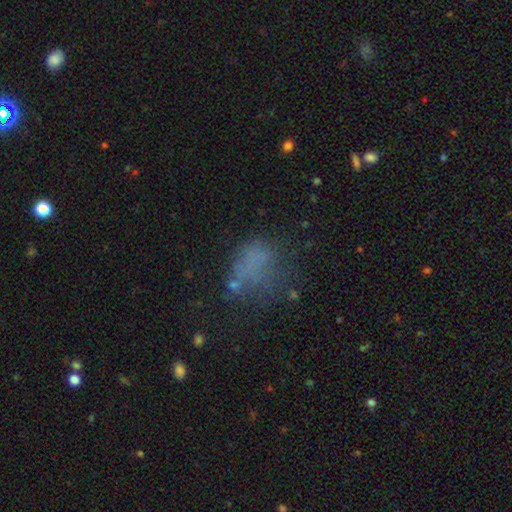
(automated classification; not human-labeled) Q: Smooth or featured?
A: smooth (52%); runner-up: star or artifact (25%)
Q: How rounded?
A: in between (63%); runner-up: round (35%)
Q: Merging?
A: none (42%); runner-up: major disturbance (31%)